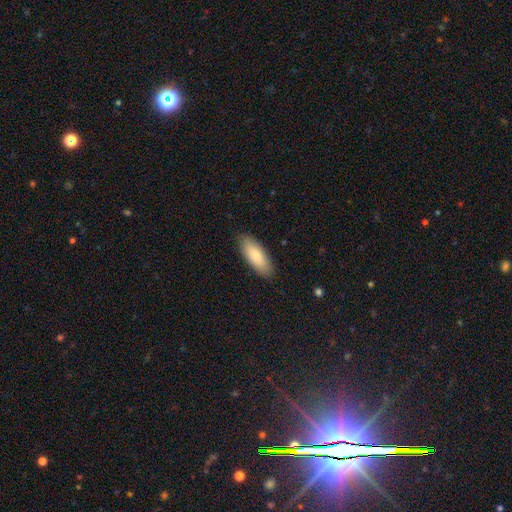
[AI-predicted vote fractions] This appears to be a smooth galaxy with no disk features (86%) that is in between round and cigar-shaped (73%). Merging: none (87%).